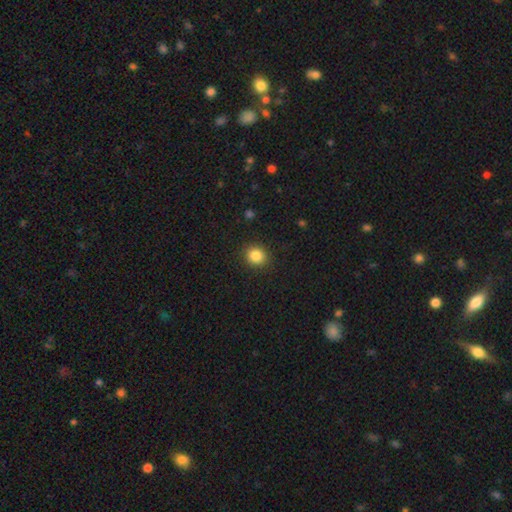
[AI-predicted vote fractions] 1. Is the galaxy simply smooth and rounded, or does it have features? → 85% smooth, 10% star or artifact, 4% featured or disk.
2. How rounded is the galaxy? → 83% round, 16% in between, 1% cigar-shaped.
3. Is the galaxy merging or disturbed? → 90% none, 7% minor disturbance, 2% major disturbance, 1% merger.